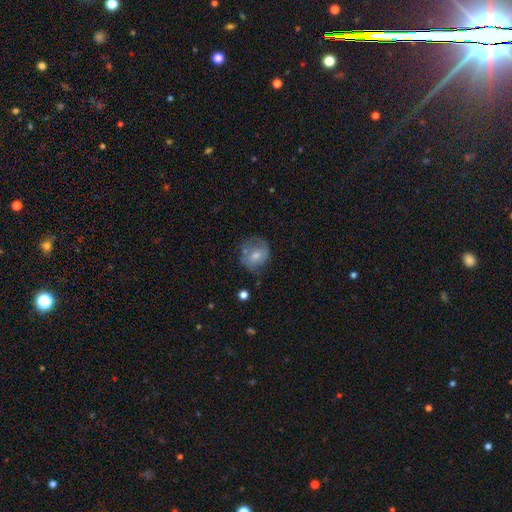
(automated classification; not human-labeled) A smooth galaxy with no disk features (57%) that is round (63%). Merging: none (49%).